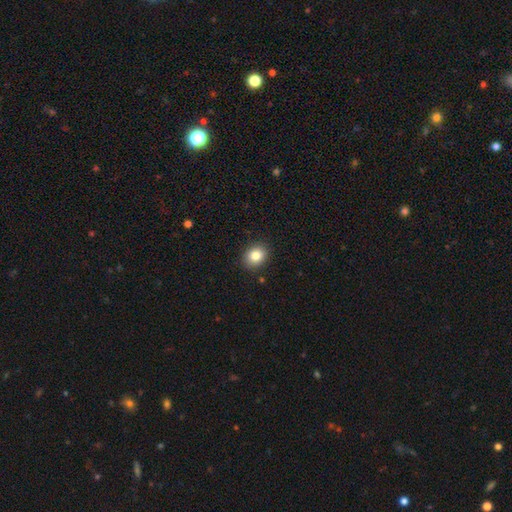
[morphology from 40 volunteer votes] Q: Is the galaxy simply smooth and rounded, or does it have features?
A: smooth — 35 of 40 (88%).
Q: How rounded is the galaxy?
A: round — 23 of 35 (66%).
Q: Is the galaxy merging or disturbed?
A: none — 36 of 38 (95%).